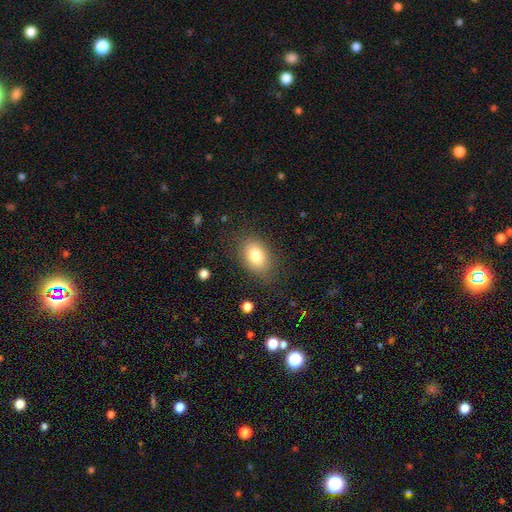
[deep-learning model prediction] smooth-or-featured: smooth: 82% | featured or disk: 10% | star or artifact: 8%
  how-rounded: in between: 84% | round: 15% | cigar-shaped: 1%
  merging: none: 81% | minor disturbance: 13% | major disturbance: 5% | merger: 1%